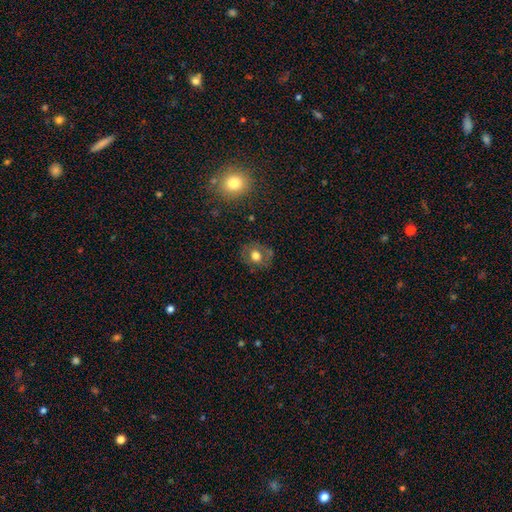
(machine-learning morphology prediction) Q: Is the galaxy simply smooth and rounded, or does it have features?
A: smooth — 60%.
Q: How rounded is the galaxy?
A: round — 67%.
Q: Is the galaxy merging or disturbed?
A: none — 77%.